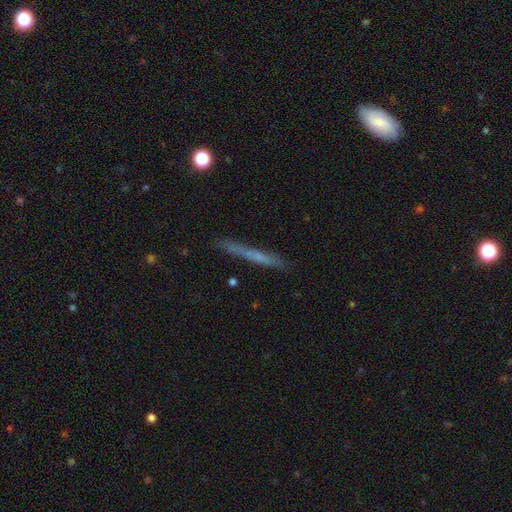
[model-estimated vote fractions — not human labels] Smooth or featured? Predicted: smooth (p=0.46). Merging? Predicted: none (p=0.86).